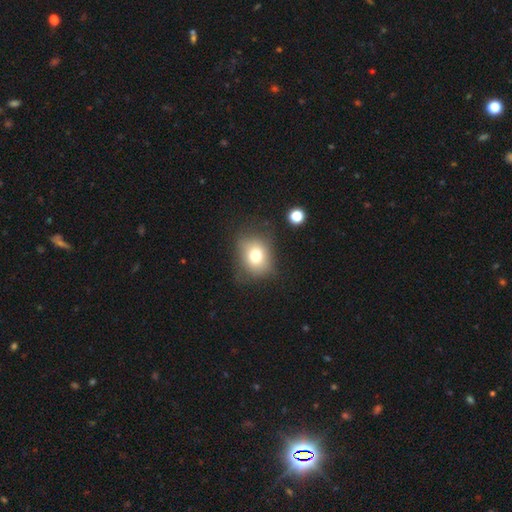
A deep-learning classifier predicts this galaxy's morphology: Overall: smooth (72%). How rounded: round (52%; in between 47%). Merging: none (66%).